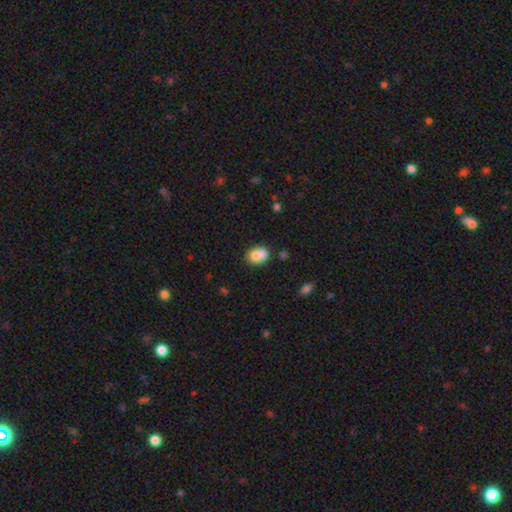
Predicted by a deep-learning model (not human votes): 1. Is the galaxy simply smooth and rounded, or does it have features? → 71% smooth, 20% featured or disk, 9% star or artifact.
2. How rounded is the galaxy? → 51% in between, 48% round, 1% cigar-shaped.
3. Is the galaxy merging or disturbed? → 51% merger, 33% none, 12% minor disturbance, 4% major disturbance.